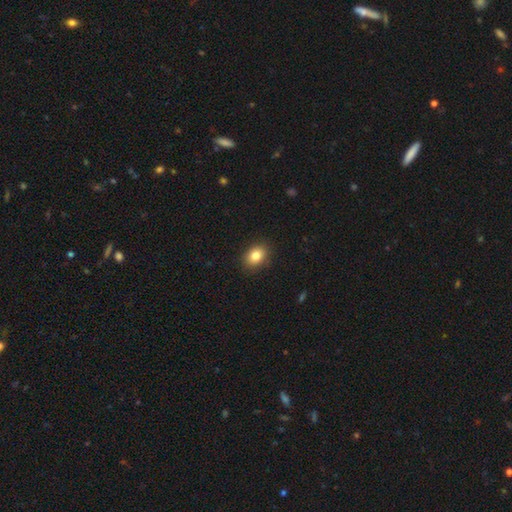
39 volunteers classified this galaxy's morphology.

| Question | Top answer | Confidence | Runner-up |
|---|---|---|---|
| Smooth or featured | smooth | 87% | star or artifact (8%) |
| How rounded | in between | 76% | round (24%) |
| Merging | none | 92% | minor disturbance (8%) |